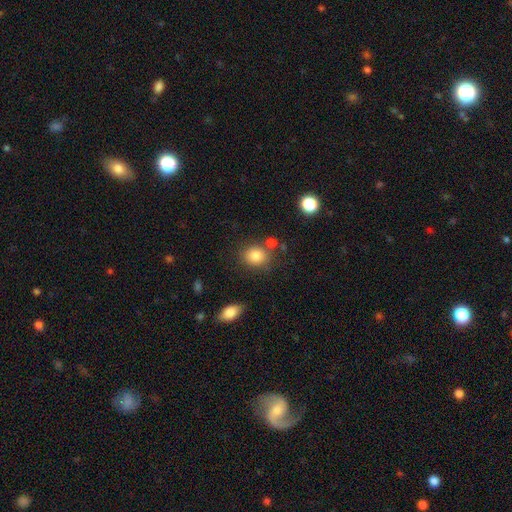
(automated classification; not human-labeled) smooth-or-featured: smooth: 84% | star or artifact: 9% | featured or disk: 7%
  how-rounded: round: 66% | in between: 33% | cigar-shaped: 1%
  merging: none: 74% | minor disturbance: 12% | merger: 10% | major disturbance: 4%